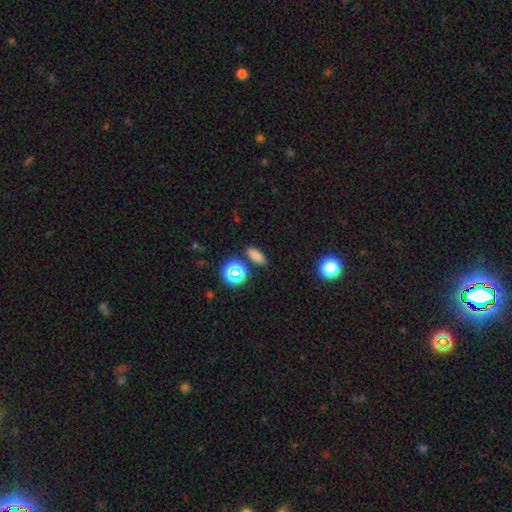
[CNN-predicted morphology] A smooth galaxy with no disk features (76%) that is in between round and cigar-shaped (77%).

Vote fractions:
- Smooth or featured? smooth: 76% / star or artifact: 18% / featured or disk: 6%
- How rounded? in between: 77% / cigar-shaped: 14% / round: 10%
- Merging? none: 85% / minor disturbance: 8% / merger: 4% / major disturbance: 2%